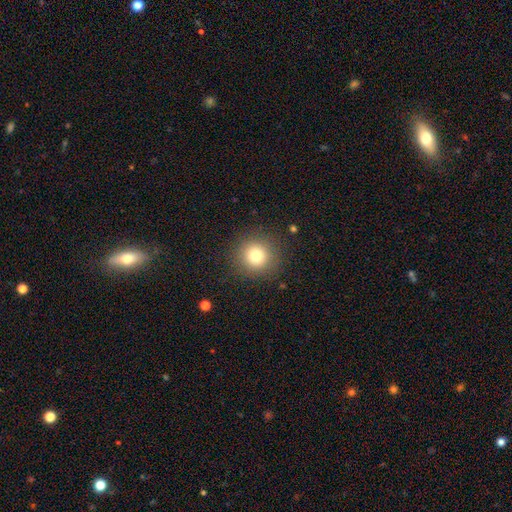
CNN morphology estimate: Smooth or featured? smooth (78%)
How rounded? round (94%)
Merging? none (89%)